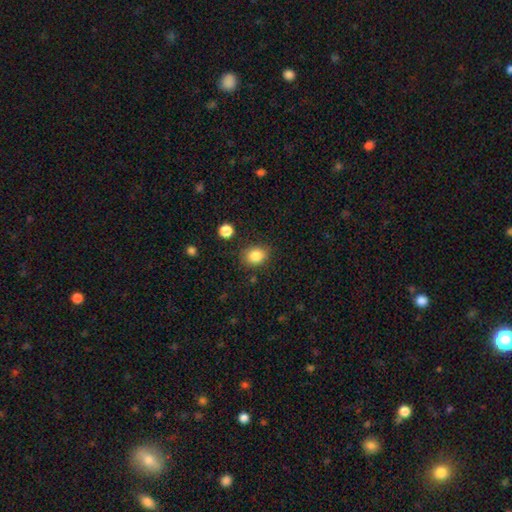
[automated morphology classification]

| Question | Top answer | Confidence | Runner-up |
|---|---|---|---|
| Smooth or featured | smooth | 85% | star or artifact (10%) |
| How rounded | round | 52% | in between (47%) |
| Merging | none | 82% | minor disturbance (12%) |